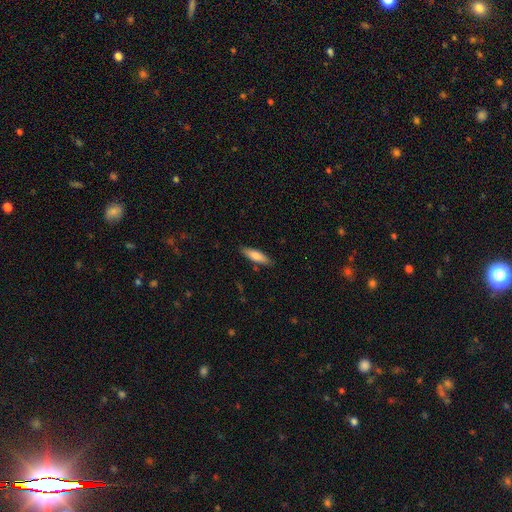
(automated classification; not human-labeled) This is likely a smooth galaxy (75%). How rounded: possibly cigar-shaped (57%). Merging: clearly none (86%).